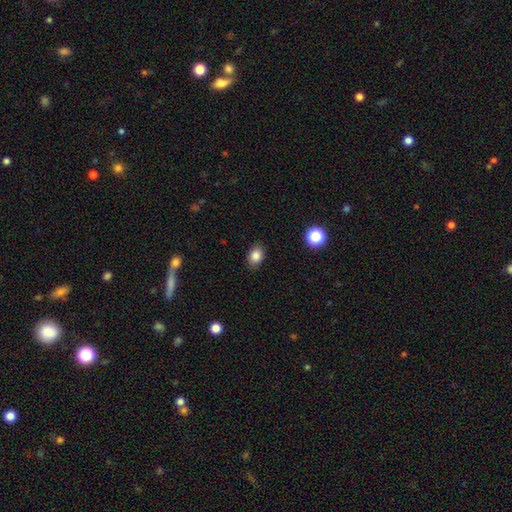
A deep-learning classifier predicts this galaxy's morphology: smooth 84%, star or artifact 10%, featured or disk 6%. Down the decision tree: how rounded — in between (71%); merging — none (87%).